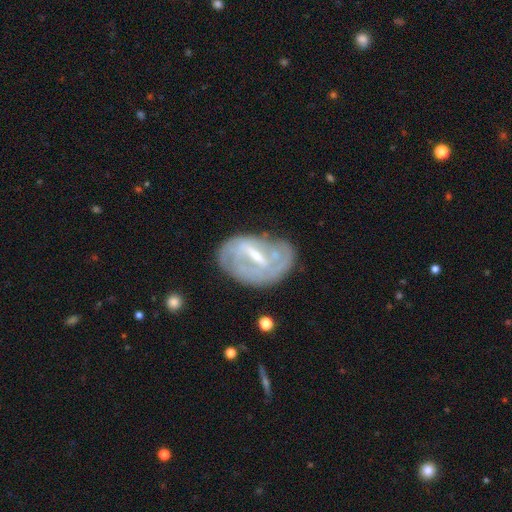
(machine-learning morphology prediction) Q: Smooth or featured?
A: featured or disk (74%); runner-up: smooth (18%)
Q: Edge-on disk?
A: no (94%); runner-up: yes (6%)
Q: Bar?
A: strong (52%); runner-up: weak (39%)
Q: Spiral arms?
A: yes (67%); runner-up: no (33%)
Q: Bulge size?
A: small (44%); tied with: moderate (44%)
Q: Merging?
A: none (60%); runner-up: minor disturbance (24%)